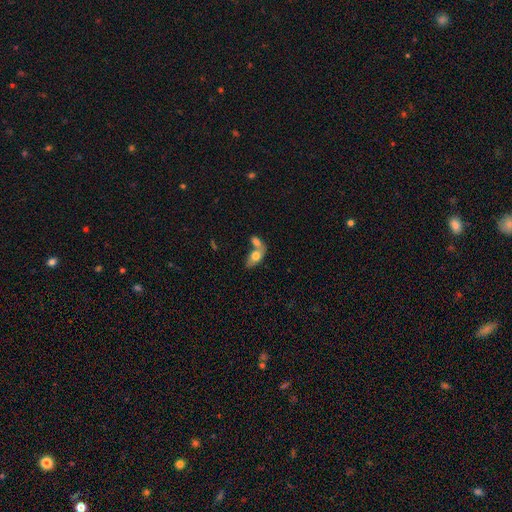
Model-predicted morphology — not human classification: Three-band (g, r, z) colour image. It shows a smooth galaxy with no disk features (71%) that is in between round and cigar-shaped (87%). Merging: merger (60%).